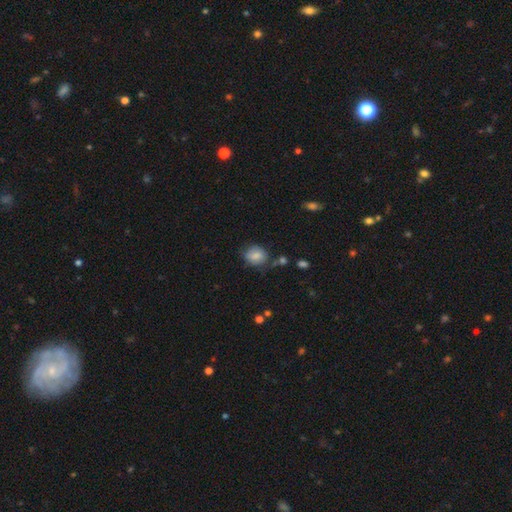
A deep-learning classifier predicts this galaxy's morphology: Smooth or featured? smooth (80%)
How rounded? round (63%)
Merging? none (66%)